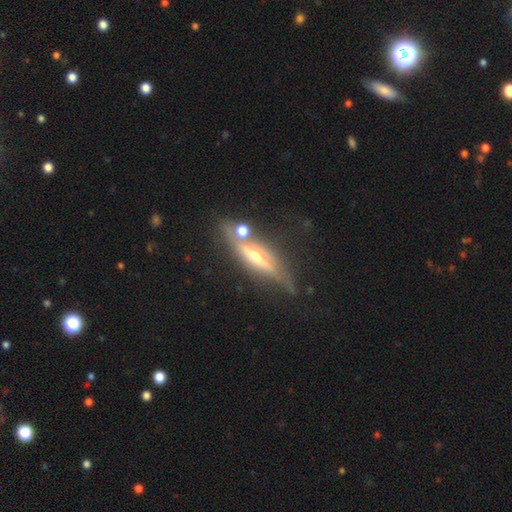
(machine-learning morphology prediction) smooth_or_featured: featured or disk (p=0.78) [alt: smooth p=0.16]
disk_edge_on: yes (p=0.87) [alt: no p=0.13]
edge_on_bulge: rounded (p=0.83) [alt: none p=0.10]
merging: none (p=0.64) [alt: minor disturbance p=0.19]